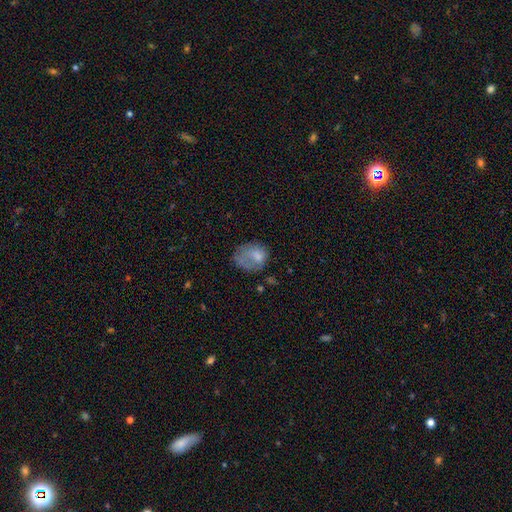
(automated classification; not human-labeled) Overall: smooth (67%). How rounded: in between (58%; round 41%). Merging: major disturbance (34%; none 33%).